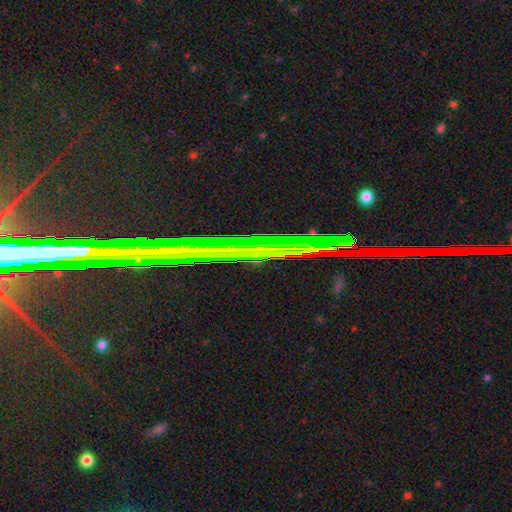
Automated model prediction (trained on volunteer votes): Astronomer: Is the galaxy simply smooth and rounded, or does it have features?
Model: star or artifact — 71%.